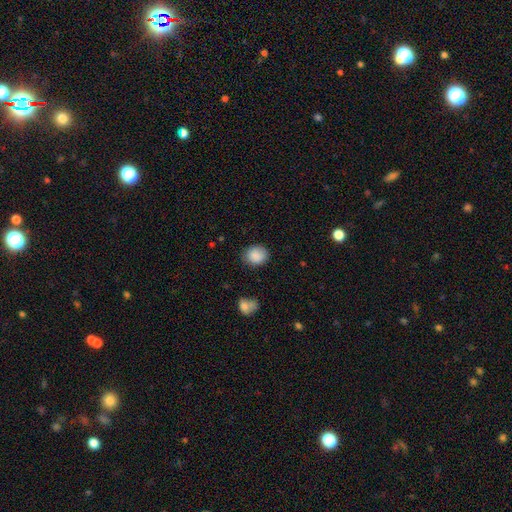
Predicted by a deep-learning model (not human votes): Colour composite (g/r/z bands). It shows a smooth galaxy with no disk features (88%) that is round (66%). Merging: none (80%).